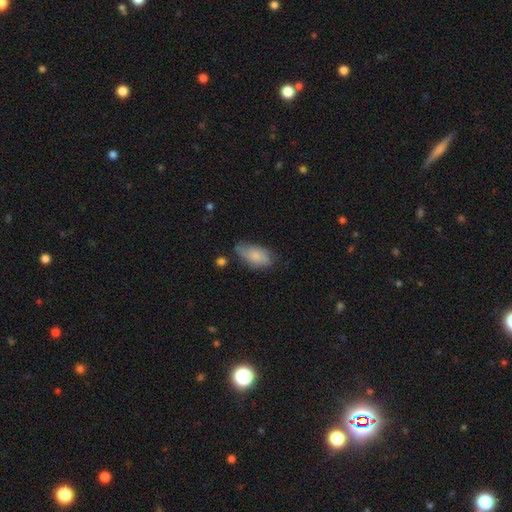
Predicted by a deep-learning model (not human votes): Smooth or featured? smooth (79%)
How rounded? in between (92%)
Merging? none (57%)